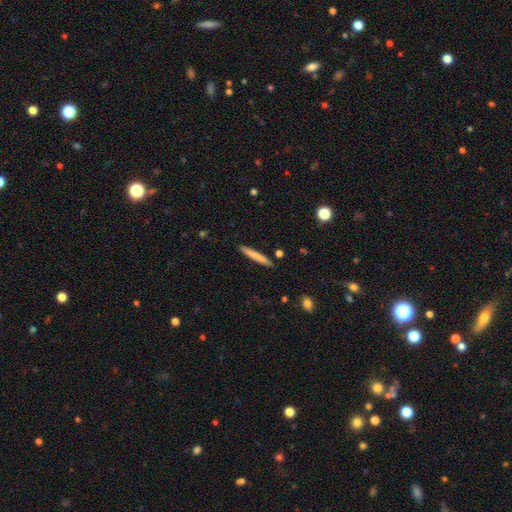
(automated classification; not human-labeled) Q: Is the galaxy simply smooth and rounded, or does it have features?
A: smooth — 75%.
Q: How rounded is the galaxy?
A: cigar-shaped — 96%.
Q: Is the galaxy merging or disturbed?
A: none — 90%.